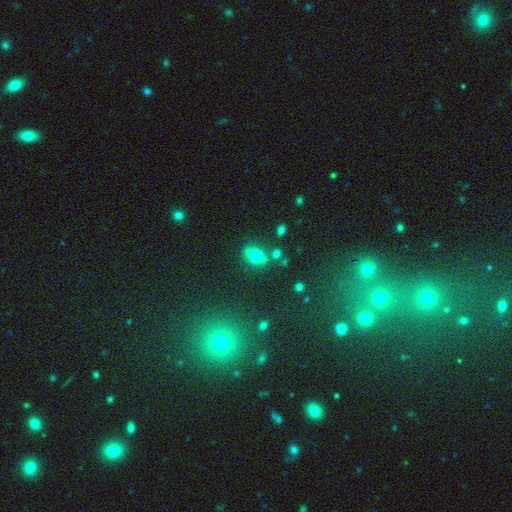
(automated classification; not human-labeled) Smooth or featured? smooth (65%)
How rounded? in between (75%)
Merging? none (73%)